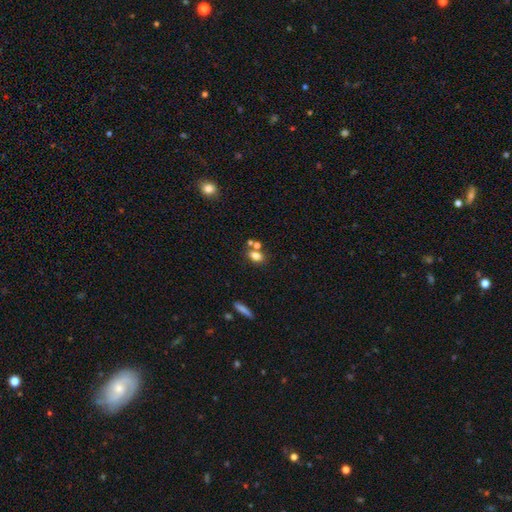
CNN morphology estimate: A smooth galaxy with no disk features (76%) that is in between round and cigar-shaped (72%).

Vote fractions:
- Smooth or featured? smooth: 76% / star or artifact: 12% / featured or disk: 12%
- How rounded? in between: 72% / round: 24% / cigar-shaped: 3%
- Merging? none: 55% / merger: 30% / minor disturbance: 11% / major disturbance: 4%